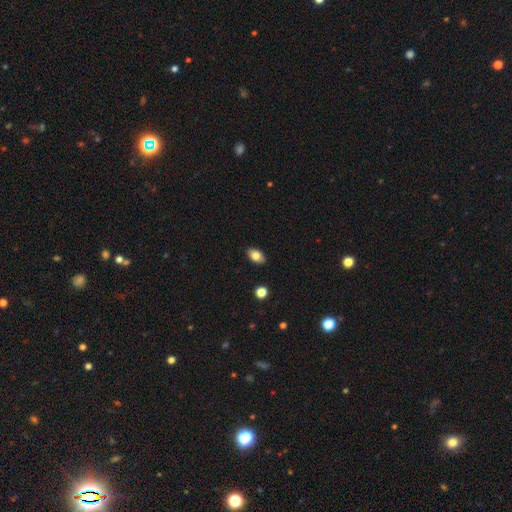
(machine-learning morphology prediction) smooth-or-featured: smooth: 80% | featured or disk: 11% | star or artifact: 8%
  how-rounded: in between: 91% | round: 7% | cigar-shaped: 2%
  merging: none: 88% | minor disturbance: 9% | major disturbance: 2% | merger: 1%